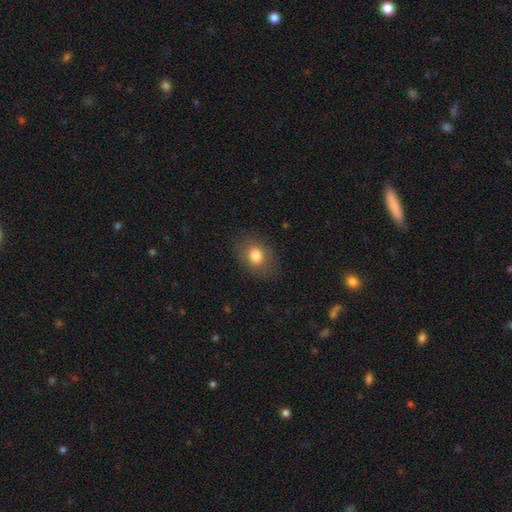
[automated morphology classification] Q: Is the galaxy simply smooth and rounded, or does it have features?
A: smooth — 79%.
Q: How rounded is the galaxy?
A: in between — 62%.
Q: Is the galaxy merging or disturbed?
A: none — 81%.